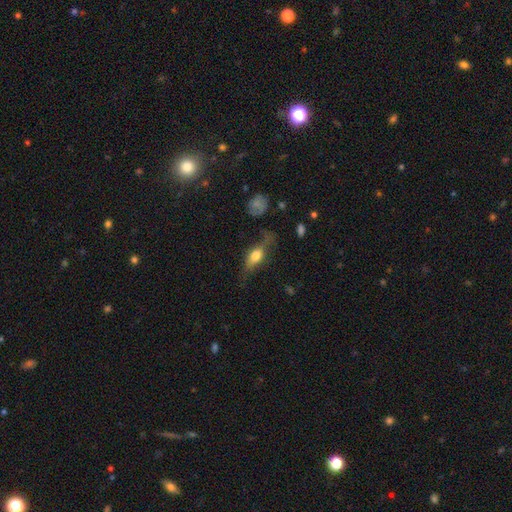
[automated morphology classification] Overall: smooth (56%; featured or disk 36%). How rounded: in between (66%; cigar-shaped 27%). Merging: none (55%; minor disturbance 25%).